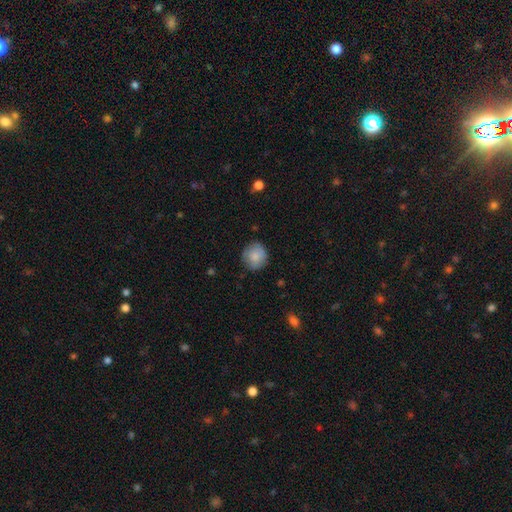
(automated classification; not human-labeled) smooth-or-featured: smooth: 84% | featured or disk: 9% | star or artifact: 7%
  how-rounded: round: 88% | in between: 11% | cigar-shaped: 1%
  merging: none: 82% | minor disturbance: 14% | major disturbance: 3% | merger: 1%